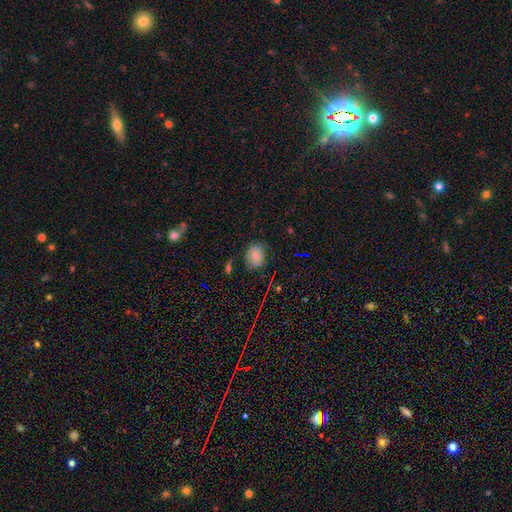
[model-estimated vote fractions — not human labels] smooth 64%, featured or disk 21%, star or artifact 16%. Down the decision tree: how rounded — in between (49%, tied with round); merging — none (72%).